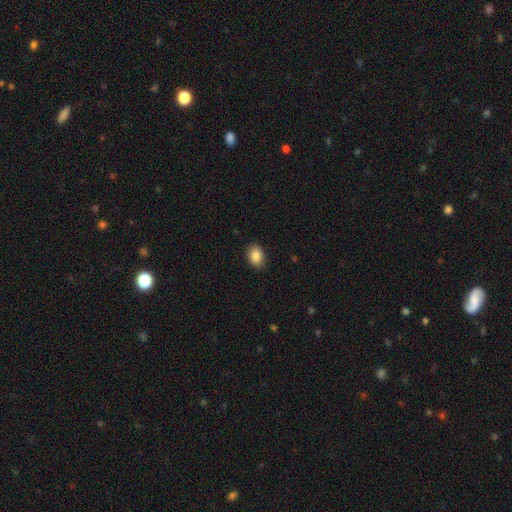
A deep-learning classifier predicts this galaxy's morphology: smooth_or_featured: smooth (p=0.87) [alt: star or artifact p=0.08]
how_rounded: in between (p=0.78) [alt: round p=0.21]
merging: none (p=0.89) [alt: minor disturbance p=0.08]